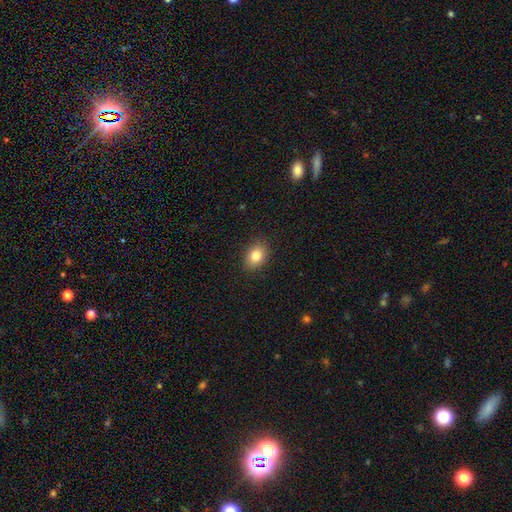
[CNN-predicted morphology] Q: Smooth or featured?
A: smooth (82%); runner-up: star or artifact (10%)
Q: How rounded?
A: in between (60%); runner-up: round (39%)
Q: Merging?
A: none (89%); runner-up: minor disturbance (8%)